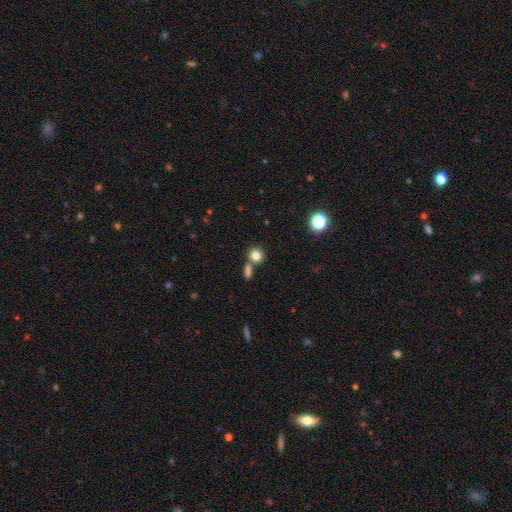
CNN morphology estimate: This appears to be a smooth galaxy with no disk features (81%) that is round (85%). Merging: none (63%).